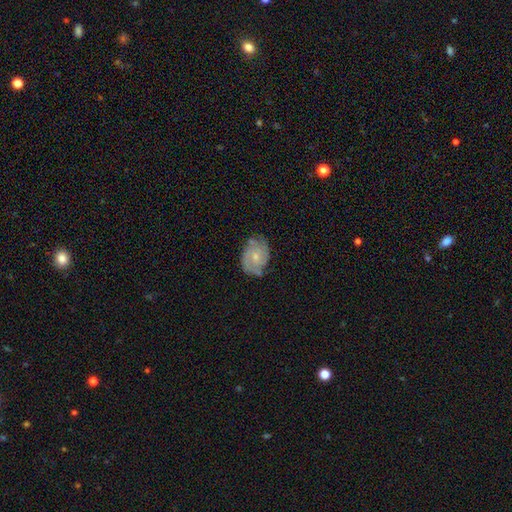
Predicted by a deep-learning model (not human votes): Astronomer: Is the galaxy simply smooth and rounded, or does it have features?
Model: featured or disk — 75%.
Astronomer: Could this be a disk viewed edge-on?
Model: no — 97%.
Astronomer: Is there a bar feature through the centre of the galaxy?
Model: no — 70%.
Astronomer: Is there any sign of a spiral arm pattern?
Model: yes — 93%.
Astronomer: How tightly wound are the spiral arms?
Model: tight — 53% (runner-up: medium, 37%).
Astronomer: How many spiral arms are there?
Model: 2 — 54%.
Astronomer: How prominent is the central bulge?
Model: small — 64%.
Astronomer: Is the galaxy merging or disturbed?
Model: none — 68%.